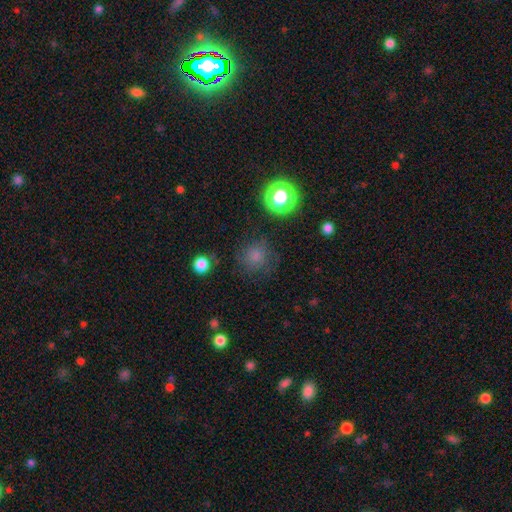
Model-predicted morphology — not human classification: Smooth or featured?
  - smooth: 75% *
  - star or artifact: 19%
  - featured or disk: 7%
How rounded?
  - round: 90% *
  - in between: 9%
  - cigar-shaped: 1%
Merging?
  - none: 77% *
  - minor disturbance: 14%
  - major disturbance: 7%
  - merger: 2%